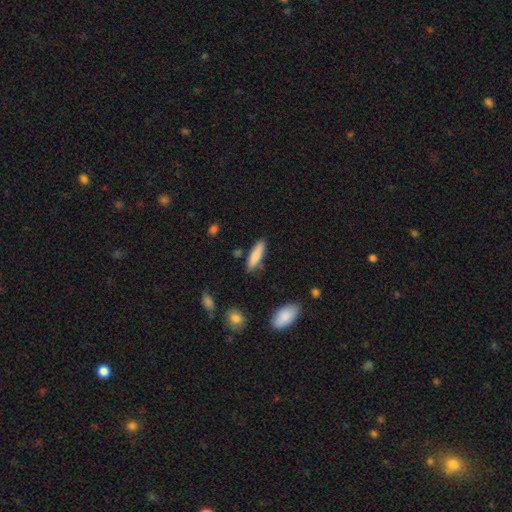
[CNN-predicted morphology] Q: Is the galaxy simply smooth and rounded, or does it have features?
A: smooth — 83%.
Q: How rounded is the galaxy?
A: cigar-shaped — 62%.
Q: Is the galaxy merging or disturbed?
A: none — 82%.